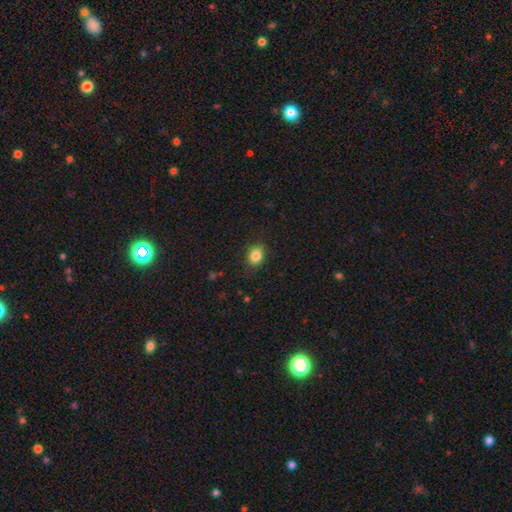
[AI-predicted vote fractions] smooth_or_featured: smooth (p=0.85) [alt: star or artifact p=0.10]
how_rounded: in between (p=0.50) [alt: round p=0.49]
merging: none (p=0.86) [alt: minor disturbance p=0.10]